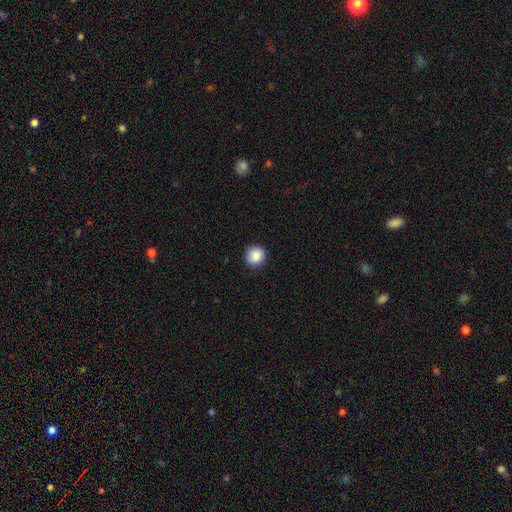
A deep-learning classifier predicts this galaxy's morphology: Smooth or featured?
  - smooth: 88% *
  - star or artifact: 9%
  - featured or disk: 3%
How rounded?
  - round: 92% *
  - in between: 7%
  - cigar-shaped: 1%
Merging?
  - none: 89% *
  - minor disturbance: 8%
  - major disturbance: 2%
  - merger: 1%